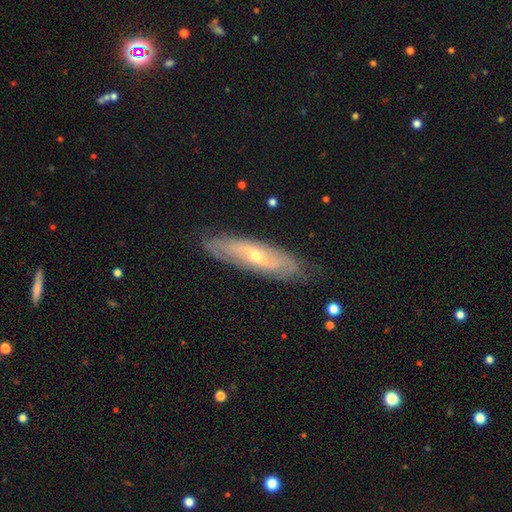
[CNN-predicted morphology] This is likely a featured or disk galaxy (71%). It is likely not viewed edge-on (65%). Merging: clearly none (82%).